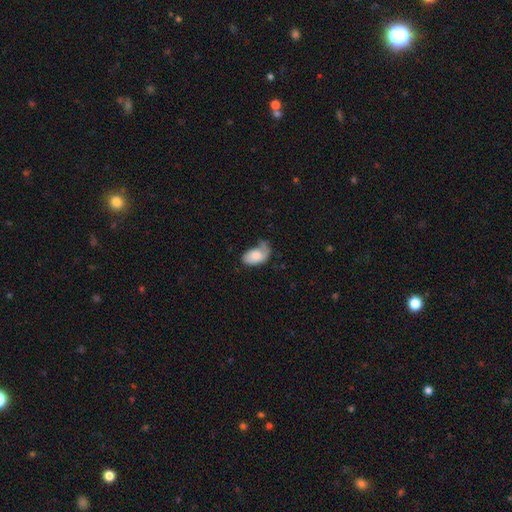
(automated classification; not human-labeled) Smooth or featured? smooth (65%)
How rounded? in between (92%)
Merging? none (34%)